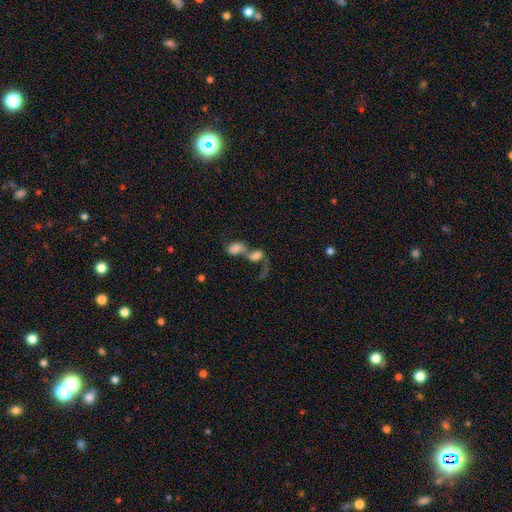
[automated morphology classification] smooth-or-featured: smooth: 56% | featured or disk: 31% | star or artifact: 13%
  how-rounded: in between: 76% | round: 19% | cigar-shaped: 5%
  merging: merger: 76% | major disturbance: 10% | none: 10% | minor disturbance: 4%